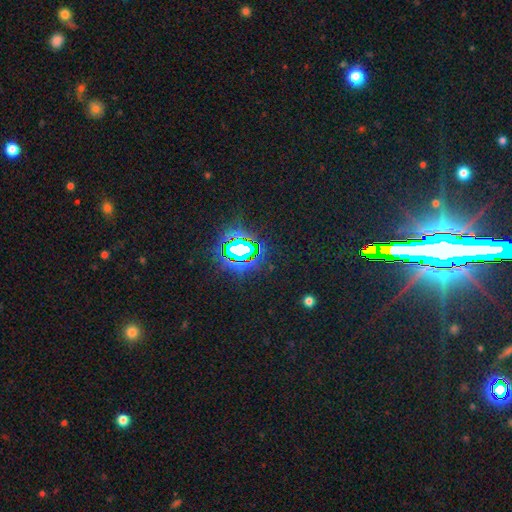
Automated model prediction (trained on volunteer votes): Smooth or featured: star or artifact — 84% (smooth — 9%)